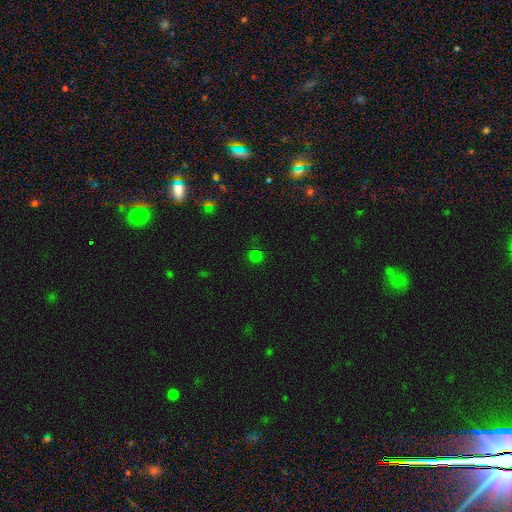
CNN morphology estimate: Overall: smooth (71%). How rounded: round (91%). Merging: none (87%).